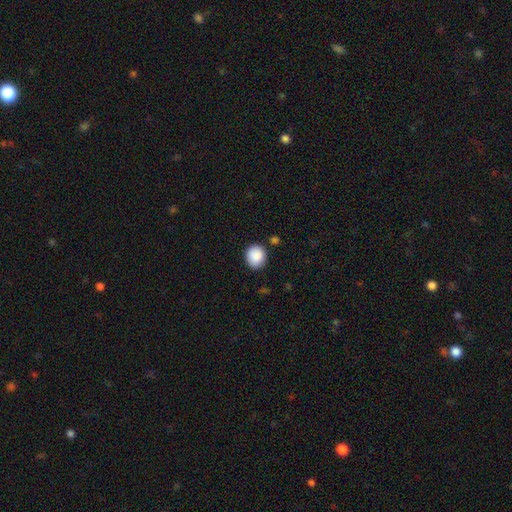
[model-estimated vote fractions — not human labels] Smooth or featured? smooth (89%)
How rounded? round (82%)
Merging? none (86%)